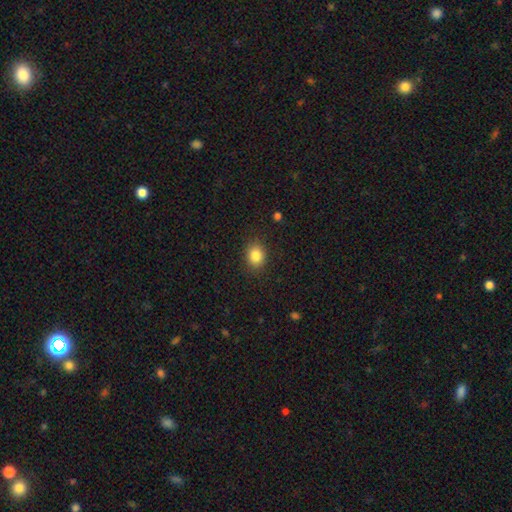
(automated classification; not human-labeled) Smooth or featured? smooth (84%)
How rounded? round (55%)
Merging? none (87%)